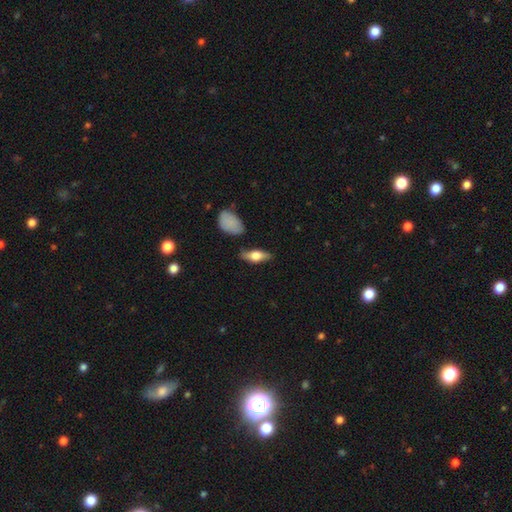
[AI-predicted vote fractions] A smooth galaxy with no disk features (52%) that is in between round and cigar-shaped (69%).

Vote fractions:
- Smooth or featured? smooth: 52% / featured or disk: 41% / star or artifact: 7%
- How rounded? in between: 69% / cigar-shaped: 26% / round: 4%
- Merging? none: 77% / minor disturbance: 15% / major disturbance: 4% / merger: 3%